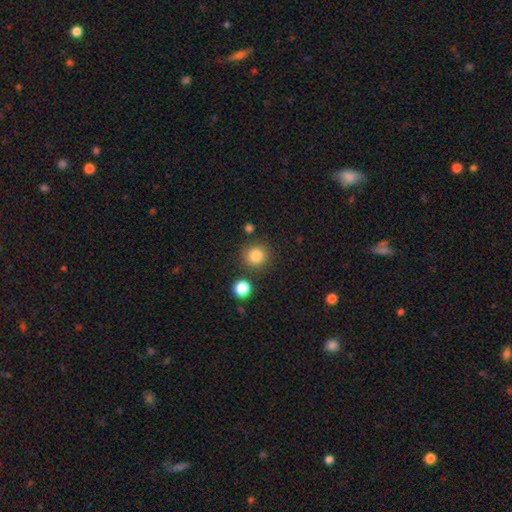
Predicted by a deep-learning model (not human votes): Morphology: type=smooth (84%); roundness=round (91%); merging=none (84%).